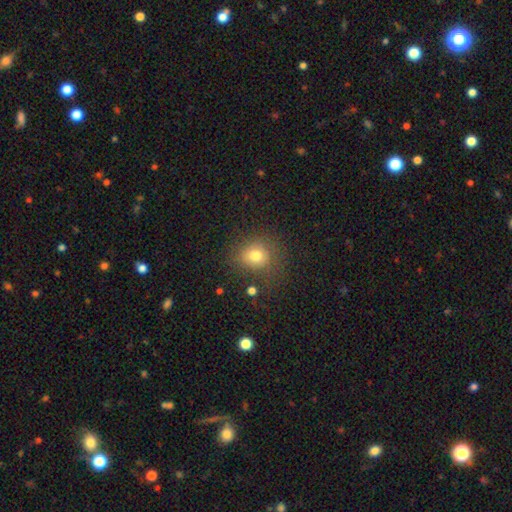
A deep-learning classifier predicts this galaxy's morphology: Smooth or featured: smooth — 77% (star or artifact — 14%)
How rounded: round — 78% (in between — 21%)
Merging: none — 72% (minor disturbance — 17%)